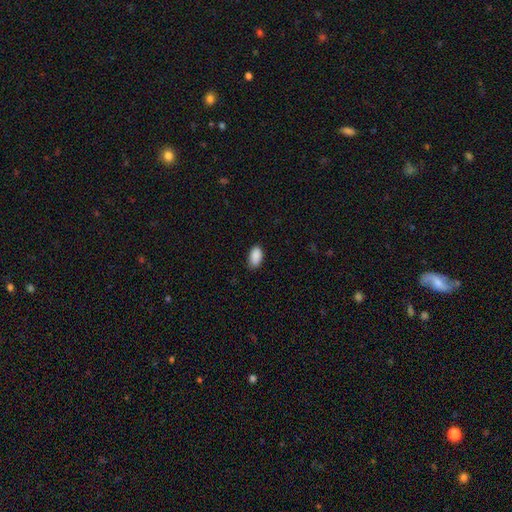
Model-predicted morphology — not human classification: smooth_or_featured: smooth (p=0.90) [alt: star or artifact p=0.07]
how_rounded: in between (p=0.93) [alt: round p=0.04]
merging: none (p=0.81) [alt: minor disturbance p=0.15]